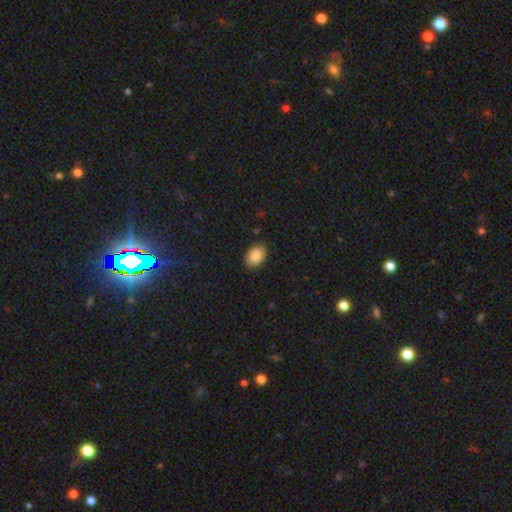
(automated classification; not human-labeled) smooth_or_featured: smooth (p=0.89) [alt: star or artifact p=0.07]
how_rounded: in between (p=0.85) [alt: round p=0.14]
merging: none (p=0.84) [alt: minor disturbance p=0.13]